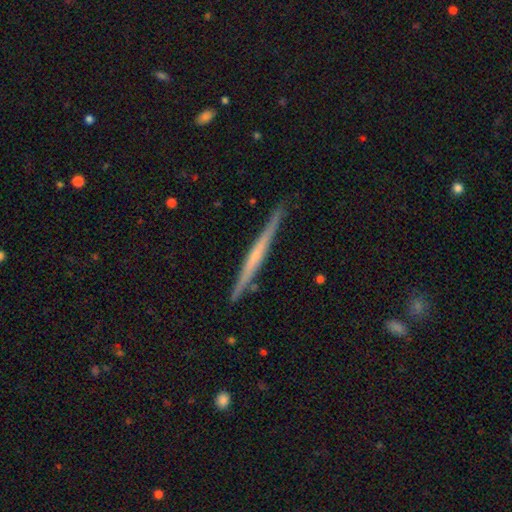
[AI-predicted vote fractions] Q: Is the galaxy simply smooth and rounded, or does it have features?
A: featured or disk — 68%.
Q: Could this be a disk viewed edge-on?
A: yes — 98%.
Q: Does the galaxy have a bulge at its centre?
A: none — 58%.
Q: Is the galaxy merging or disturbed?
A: none — 89%.